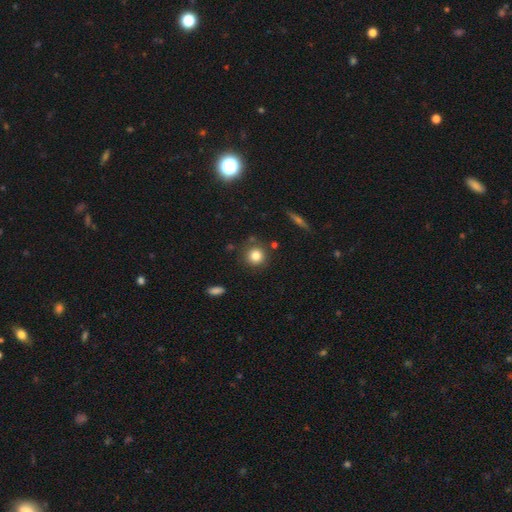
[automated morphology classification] Q: Smooth or featured?
A: smooth (82%); runner-up: star or artifact (10%)
Q: How rounded?
A: round (91%); runner-up: in between (8%)
Q: Merging?
A: none (82%); runner-up: minor disturbance (10%)